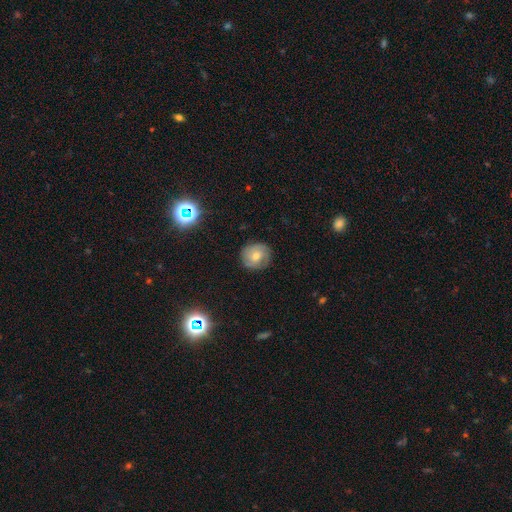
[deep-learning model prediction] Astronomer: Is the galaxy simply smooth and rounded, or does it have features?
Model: featured or disk — 45% (runner-up: smooth, 43%).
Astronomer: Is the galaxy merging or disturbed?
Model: none — 83%.